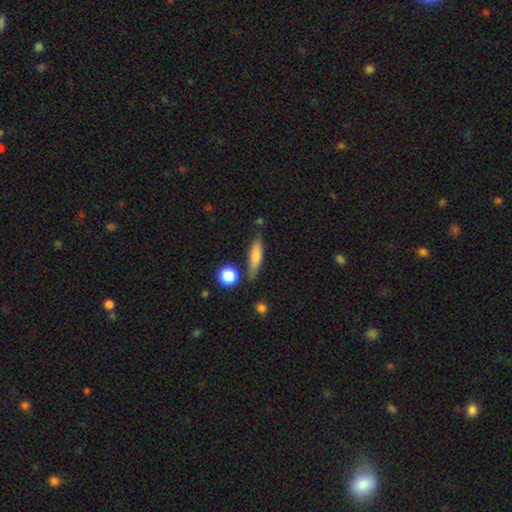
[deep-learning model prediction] Smooth or featured?
  - smooth: 73% *
  - featured or disk: 19%
  - star or artifact: 7%
How rounded?
  - cigar-shaped: 64% *
  - in between: 32%
  - round: 4%
Merging?
  - none: 72% *
  - minor disturbance: 17%
  - merger: 6%
  - major disturbance: 4%